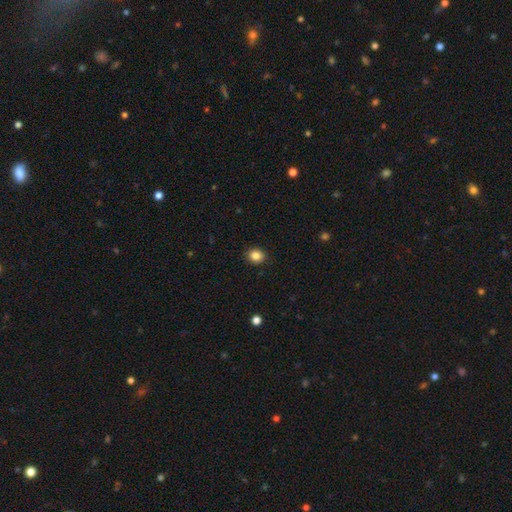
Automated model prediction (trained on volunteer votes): Q: Smooth or featured?
A: smooth (85%); runner-up: star or artifact (10%)
Q: How rounded?
A: round (74%); runner-up: in between (25%)
Q: Merging?
A: none (90%); runner-up: minor disturbance (7%)